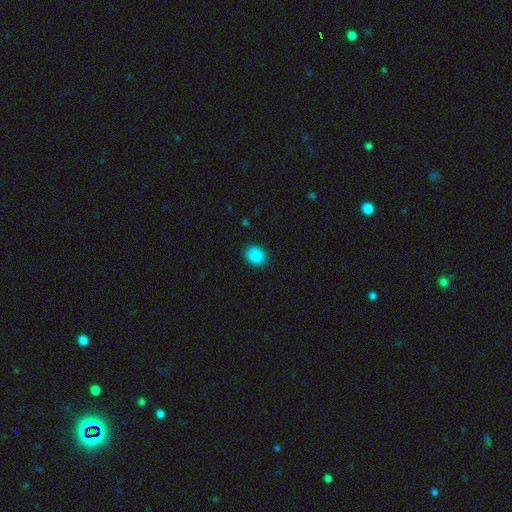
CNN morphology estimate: A smooth galaxy with no disk features (88%) that is round (63%). Merging: none (90%).